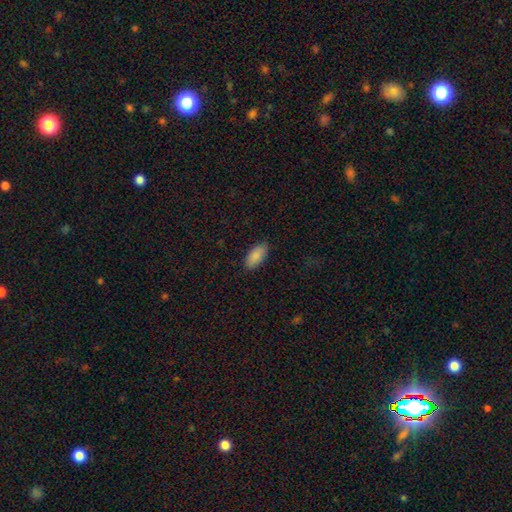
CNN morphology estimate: This appears to be a smooth galaxy with no disk features (89%) that is in between round and cigar-shaped (92%). Merging: none (87%).